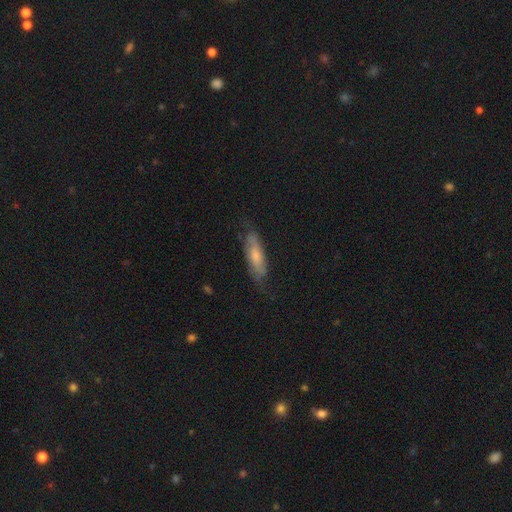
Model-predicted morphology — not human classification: A smooth galaxy with no disk features (53%) that is cigar-shaped (53%). Merging: none (67%).